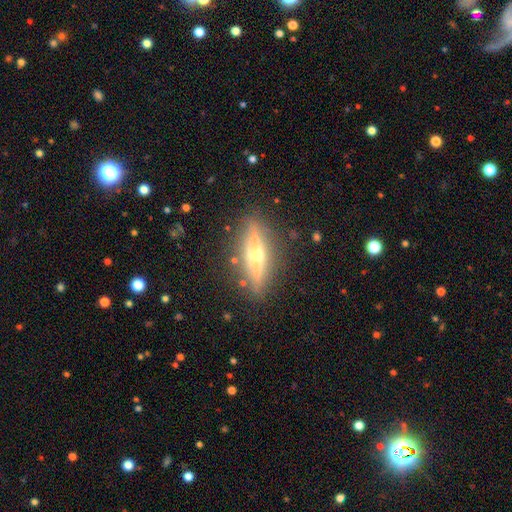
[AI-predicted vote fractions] Q: Smooth or featured?
A: featured or disk (75%); runner-up: smooth (18%)
Q: Edge-on disk?
A: yes (94%); runner-up: no (6%)
Q: Edge-on bulge?
A: rounded (93%); runner-up: none (4%)
Q: Merging?
A: none (86%); runner-up: minor disturbance (9%)